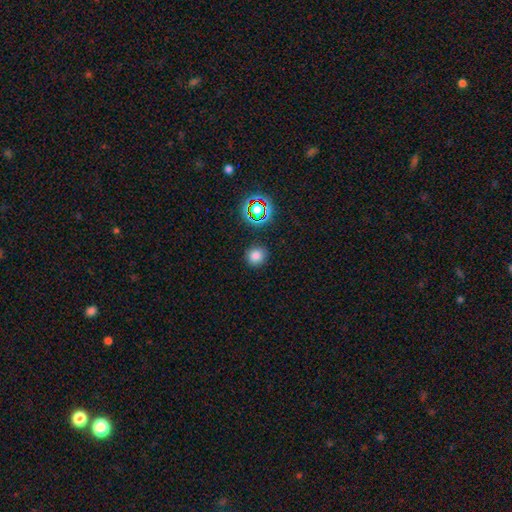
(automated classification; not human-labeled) Smooth or featured? Predicted: smooth (p=0.76). How rounded? Predicted: round (p=0.87). Merging? Predicted: none (p=0.88).